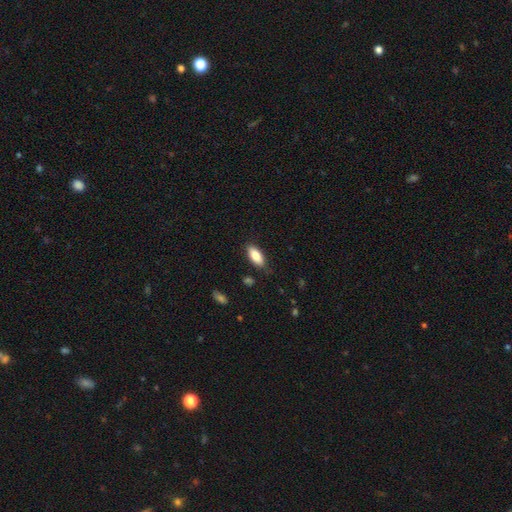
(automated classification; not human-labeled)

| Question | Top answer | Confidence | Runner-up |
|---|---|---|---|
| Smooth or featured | smooth | 83% | featured or disk (11%) |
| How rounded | in between | 84% | cigar-shaped (14%) |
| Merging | none | 85% | minor disturbance (11%) |